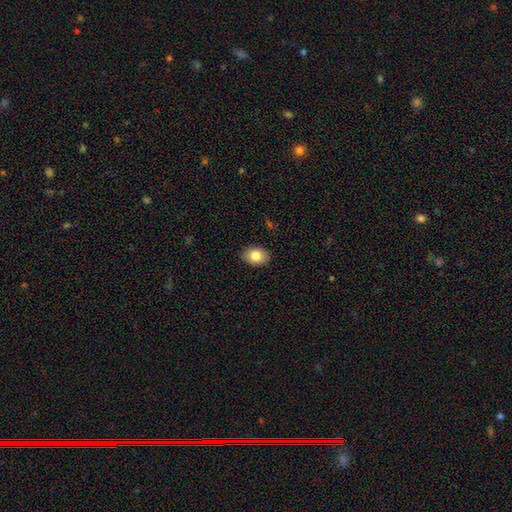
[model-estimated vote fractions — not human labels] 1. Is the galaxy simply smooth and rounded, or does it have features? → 83% smooth, 9% featured or disk, 8% star or artifact.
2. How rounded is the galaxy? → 74% in between, 25% round, 1% cigar-shaped.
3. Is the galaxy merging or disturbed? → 89% none, 8% minor disturbance, 2% major disturbance, 1% merger.